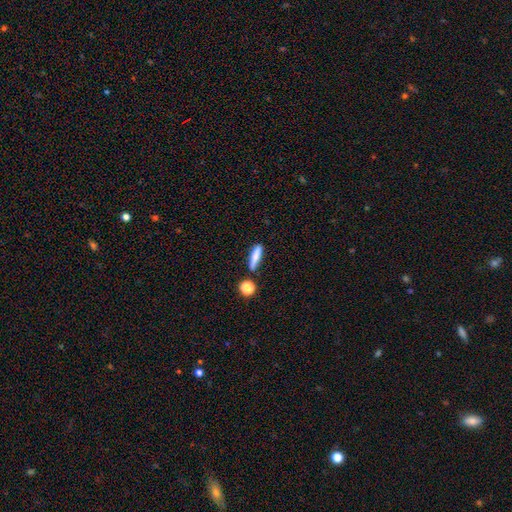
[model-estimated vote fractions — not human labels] The model was most divided on "merging": none: 72%, minor disturbance: 15%, merger: 9%, major disturbance: 5%. More confident: smooth or featured — smooth (79%); how rounded — cigar-shaped (77%).